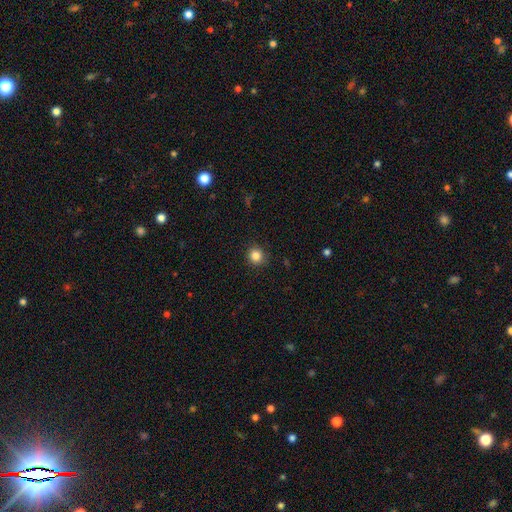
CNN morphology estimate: smooth-or-featured: smooth: 84% | star or artifact: 11% | featured or disk: 4%
  how-rounded: round: 89% | in between: 10% | cigar-shaped: 1%
  merging: none: 90% | minor disturbance: 7% | major disturbance: 2% | merger: 1%